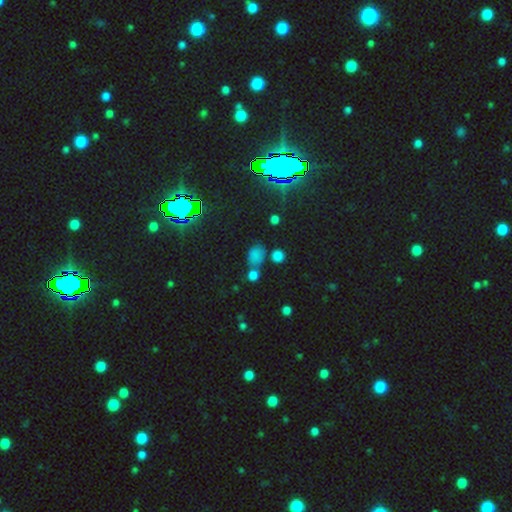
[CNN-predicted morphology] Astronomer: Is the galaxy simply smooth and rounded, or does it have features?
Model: smooth — 60%.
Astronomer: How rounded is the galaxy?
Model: in between — 49% (runner-up: round, 48%).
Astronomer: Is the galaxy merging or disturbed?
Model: none — 54%.